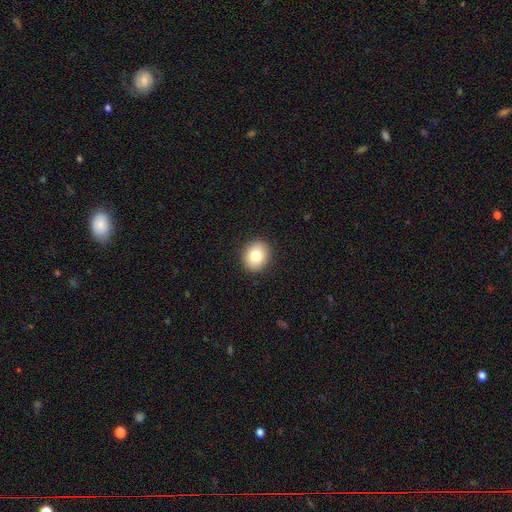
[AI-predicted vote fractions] The model was most divided on "how rounded": round: 69%, in between: 30%, cigar-shaped: 1%. More confident: merging — none (91%); smooth or featured — smooth (79%).